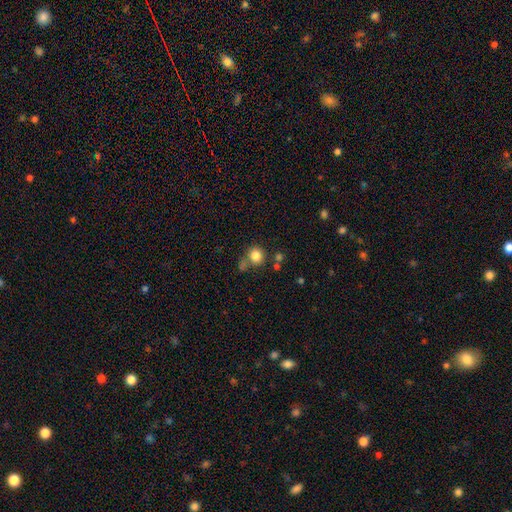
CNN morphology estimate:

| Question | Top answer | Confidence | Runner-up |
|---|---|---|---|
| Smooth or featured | smooth | 83% | star or artifact (11%) |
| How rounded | round | 87% | in between (12%) |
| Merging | none | 66% | merger (17%) |